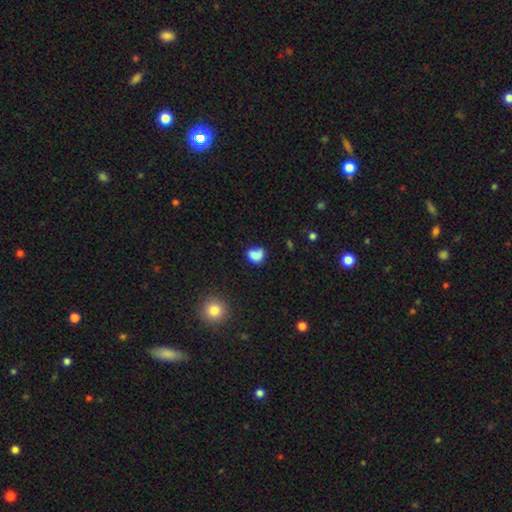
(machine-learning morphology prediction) Smooth or featured? Predicted: smooth (p=0.78). How rounded? Predicted: in between (p=0.53). Merging? Predicted: none (p=0.41).